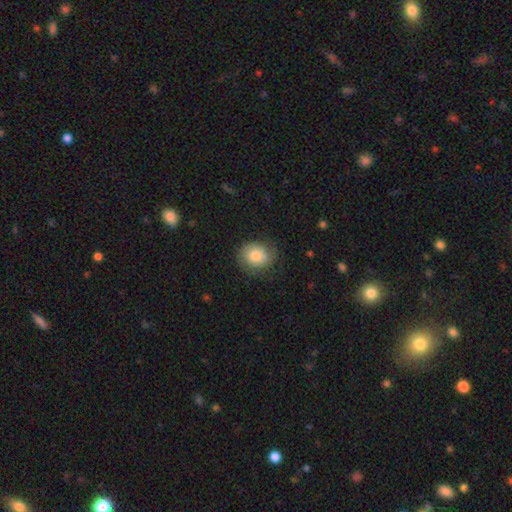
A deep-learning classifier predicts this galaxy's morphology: A smooth galaxy with no disk features (67%) that is round (68%).

Vote fractions:
- Smooth or featured? smooth: 67% / featured or disk: 26% / star or artifact: 8%
- How rounded? round: 68% / in between: 31% / cigar-shaped: 1%
- Merging? none: 71% / minor disturbance: 19% / major disturbance: 8% / merger: 1%